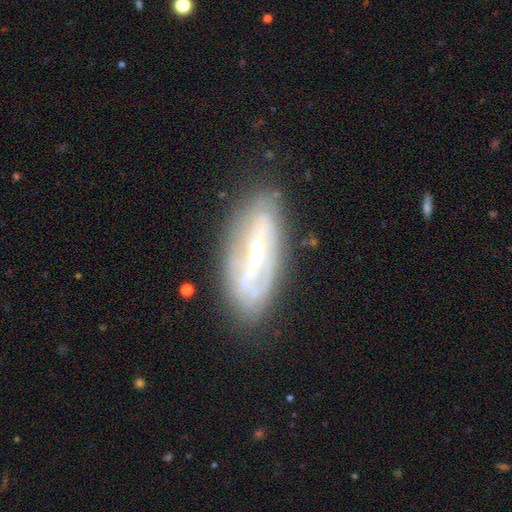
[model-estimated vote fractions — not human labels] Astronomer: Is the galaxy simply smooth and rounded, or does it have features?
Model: featured or disk — 71%.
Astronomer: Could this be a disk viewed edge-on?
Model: no — 76%.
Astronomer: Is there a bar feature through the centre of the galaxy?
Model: strong — 58%.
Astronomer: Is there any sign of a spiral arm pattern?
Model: yes — 62% (runner-up: no, 38%).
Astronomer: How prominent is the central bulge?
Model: small — 43% (runner-up: moderate, 37%).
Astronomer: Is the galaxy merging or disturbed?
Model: none — 74%.